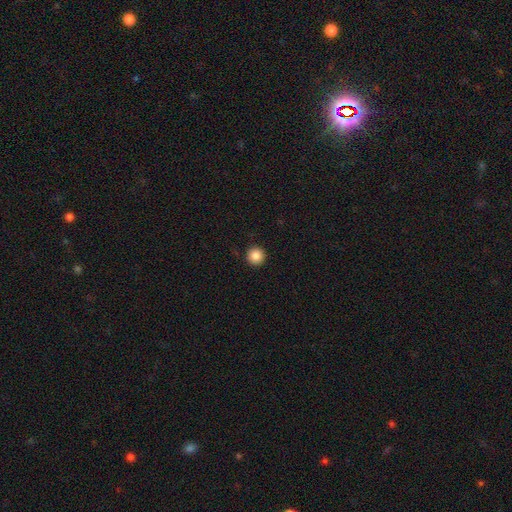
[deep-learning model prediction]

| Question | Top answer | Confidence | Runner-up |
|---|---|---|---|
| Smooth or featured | smooth | 87% | star or artifact (10%) |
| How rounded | round | 96% | in between (3%) |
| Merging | none | 92% | minor disturbance (5%) |